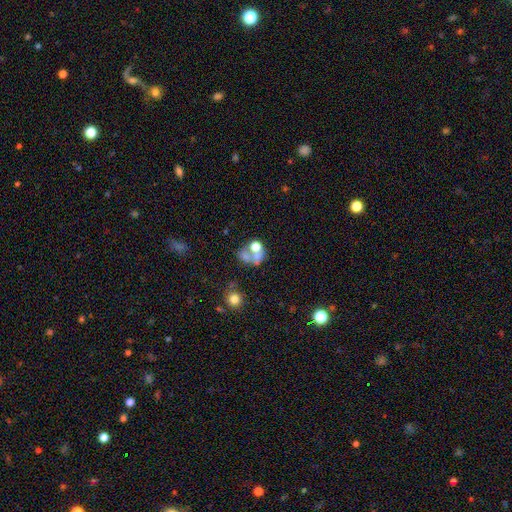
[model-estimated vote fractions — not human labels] The model was most divided on "merging": merger: 48%, none: 27%, major disturbance: 15%, minor disturbance: 10%. More confident: how rounded — round (60%); smooth or featured — smooth (50%).